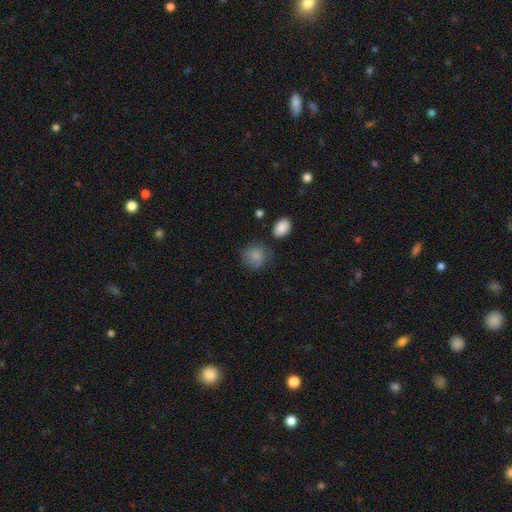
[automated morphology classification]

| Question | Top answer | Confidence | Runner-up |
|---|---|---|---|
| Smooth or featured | smooth | 85% | star or artifact (9%) |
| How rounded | round | 78% | in between (21%) |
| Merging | none | 68% | minor disturbance (20%) |